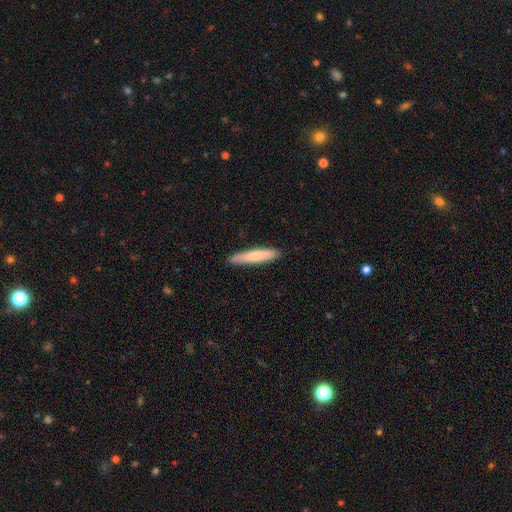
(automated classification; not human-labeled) This is likely a smooth galaxy (76%). How rounded: clearly cigar-shaped (91%). Merging: clearly none (88%).